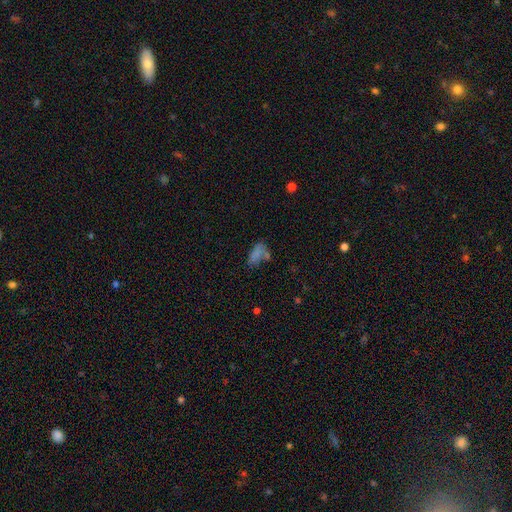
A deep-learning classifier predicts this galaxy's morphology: Smooth or featured?
  - smooth: 66% *
  - star or artifact: 19%
  - featured or disk: 16%
How rounded?
  - in between: 76% *
  - cigar-shaped: 18%
  - round: 6%
Merging?
  - none: 45% *
  - minor disturbance: 21%
  - merger: 17%
  - major disturbance: 16%